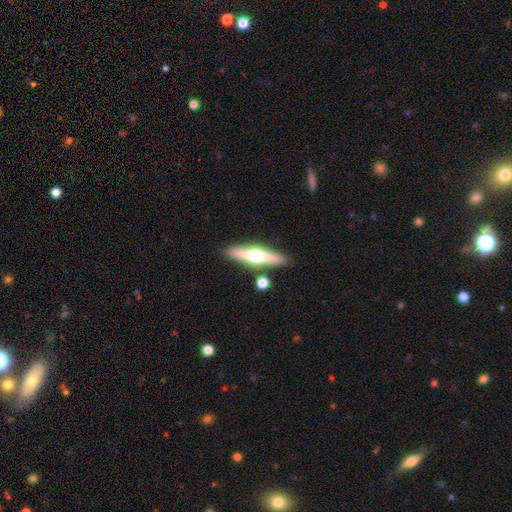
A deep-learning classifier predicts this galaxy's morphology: featured or disk 55%, smooth 39%, star or artifact 6%. Down the decision tree: edge-on disk — yes (93%); edge-on bulge — rounded (94%); merging — none (84%).